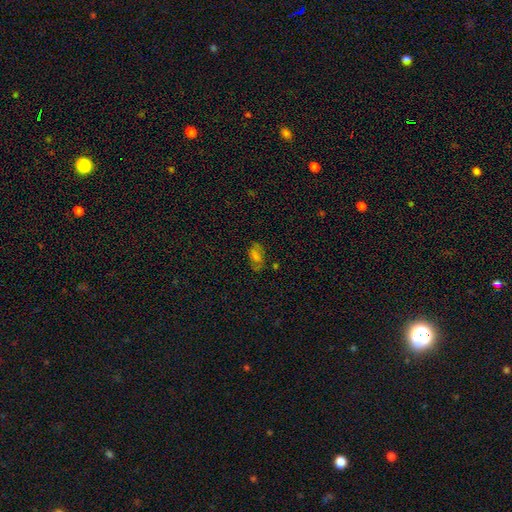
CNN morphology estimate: smooth 45%, featured or disk 29%, star or artifact 26%. Down the decision tree: merging — none (71%).